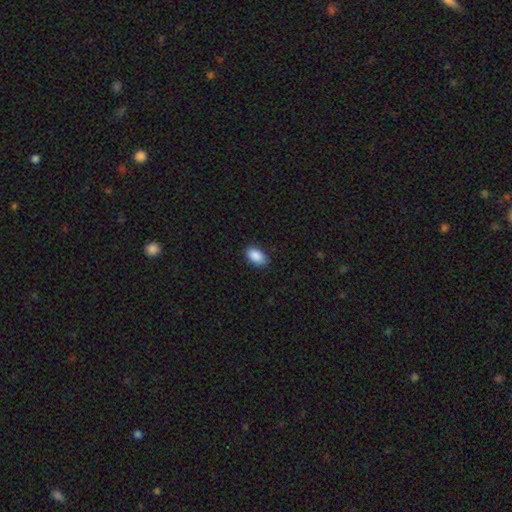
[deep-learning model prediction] Smooth or featured: smooth — 90% (star or artifact — 7%)
How rounded: in between — 93% (round — 6%)
Merging: none — 85% (minor disturbance — 12%)